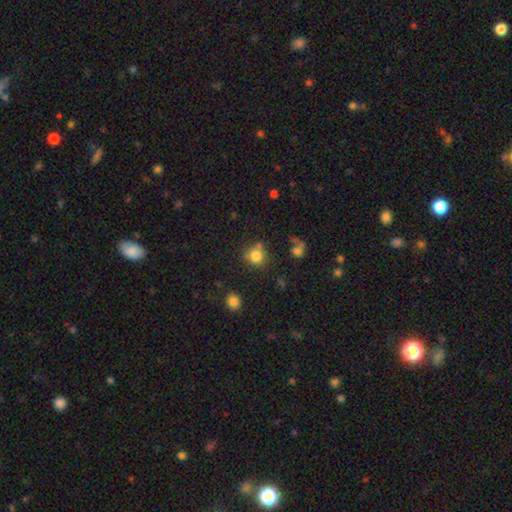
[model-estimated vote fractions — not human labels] Smooth or featured? Predicted: smooth (p=0.81). How rounded? Predicted: round (p=0.85). Merging? Predicted: none (p=0.68).